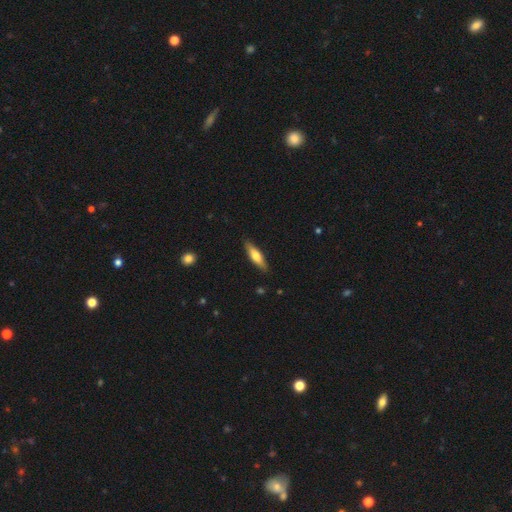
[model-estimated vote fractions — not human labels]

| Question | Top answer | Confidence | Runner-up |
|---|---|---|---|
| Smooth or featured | smooth | 60% | featured or disk (34%) |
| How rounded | cigar-shaped | 62% | in between (36%) |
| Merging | none | 87% | minor disturbance (10%) |